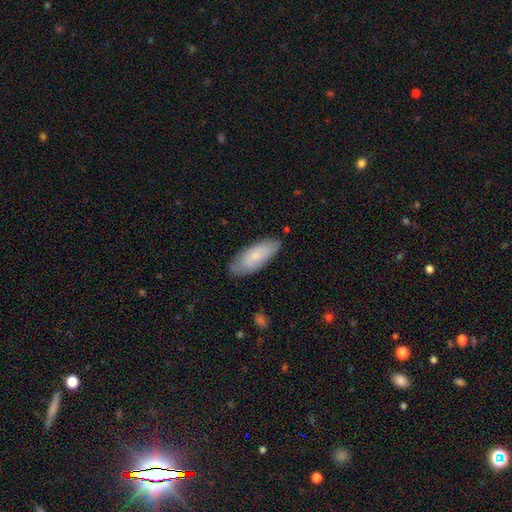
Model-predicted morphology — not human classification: Overall: smooth (66%; featured or disk 28%). How rounded: in between (77%). Merging: none (76%).